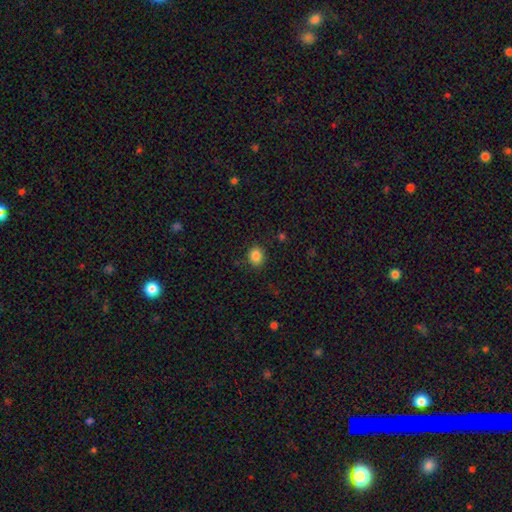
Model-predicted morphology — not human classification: Smooth or featured? smooth (85%)
How rounded? round (66%)
Merging? none (85%)